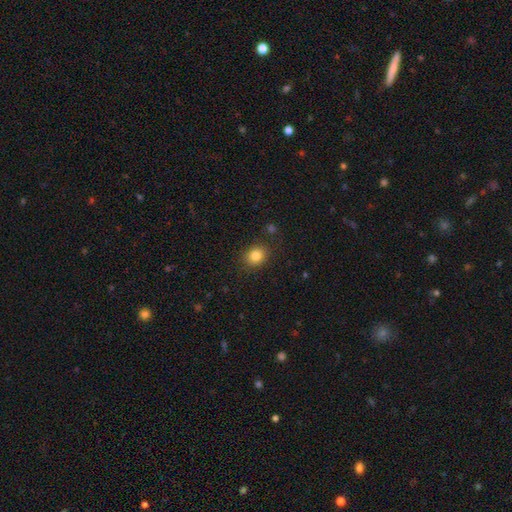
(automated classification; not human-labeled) Smooth or featured?
  - smooth: 83% *
  - star or artifact: 11%
  - featured or disk: 6%
How rounded?
  - round: 63% *
  - in between: 36%
  - cigar-shaped: 1%
Merging?
  - none: 86% *
  - minor disturbance: 10%
  - major disturbance: 3%
  - merger: 2%